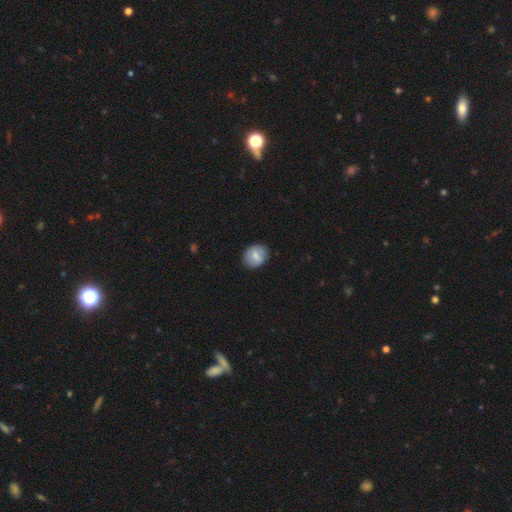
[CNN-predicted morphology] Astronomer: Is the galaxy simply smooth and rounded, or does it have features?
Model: smooth — 68%.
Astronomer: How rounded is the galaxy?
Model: round — 55% (runner-up: in between, 44%).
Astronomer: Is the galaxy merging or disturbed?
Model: none — 83%.